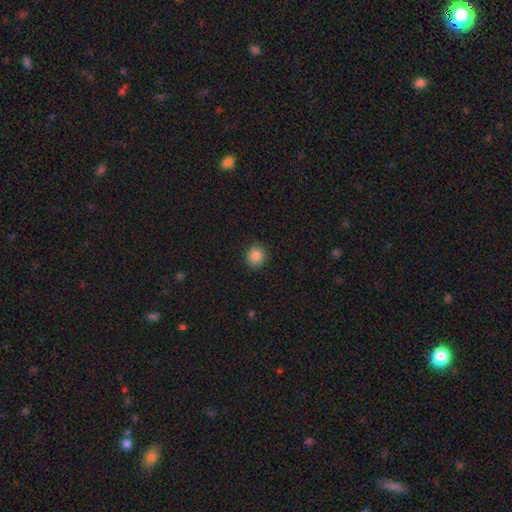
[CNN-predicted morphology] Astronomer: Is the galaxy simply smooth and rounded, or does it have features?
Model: smooth — 85%.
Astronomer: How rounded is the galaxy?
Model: round — 90%.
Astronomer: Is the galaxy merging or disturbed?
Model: none — 91%.